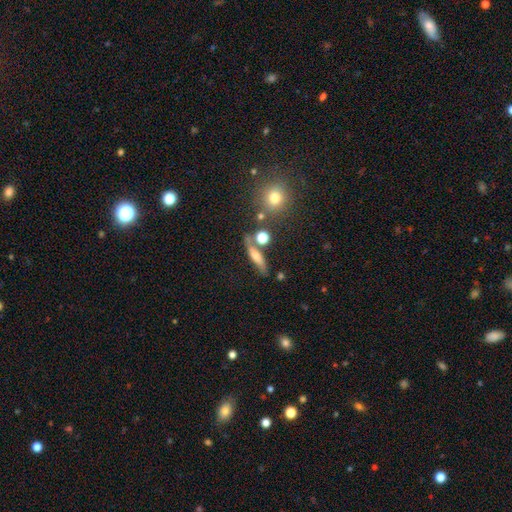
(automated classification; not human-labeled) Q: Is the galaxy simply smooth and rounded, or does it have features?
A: smooth — 50%.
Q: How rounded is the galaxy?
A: cigar-shaped — 63%.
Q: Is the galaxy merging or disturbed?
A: none — 66%.